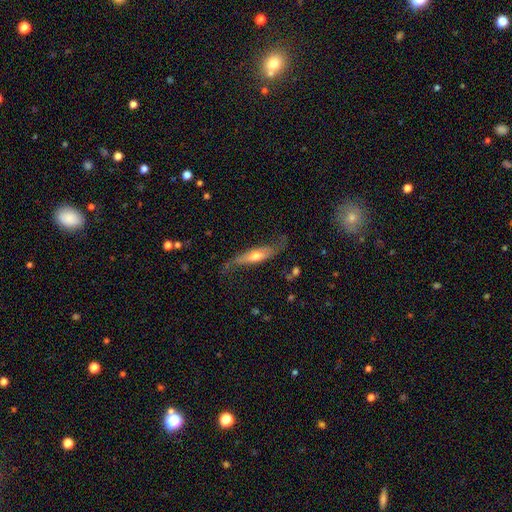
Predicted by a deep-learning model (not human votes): smooth_or_featured: featured or disk (p=0.55) [alt: smooth p=0.39]
disk_edge_on: yes (p=0.63) [alt: no p=0.37]
merging: none (p=0.58) [alt: minor disturbance p=0.27]